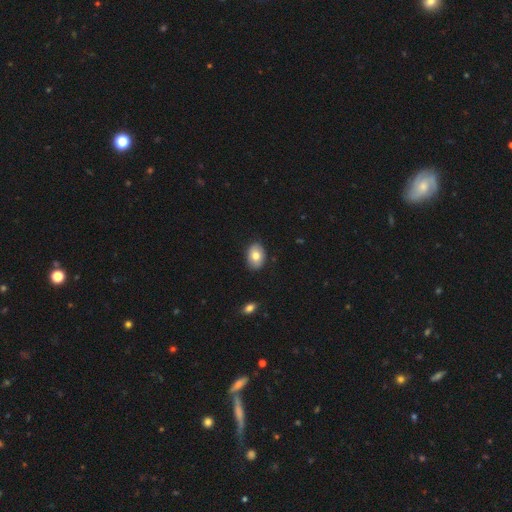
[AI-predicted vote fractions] A smooth galaxy with no disk features (78%) that is in between round and cigar-shaped (80%).

Vote fractions:
- Smooth or featured? smooth: 78% / featured or disk: 14% / star or artifact: 7%
- How rounded? in between: 80% / round: 19% / cigar-shaped: 1%
- Merging? none: 87% / minor disturbance: 10% / major disturbance: 2% / merger: 1%